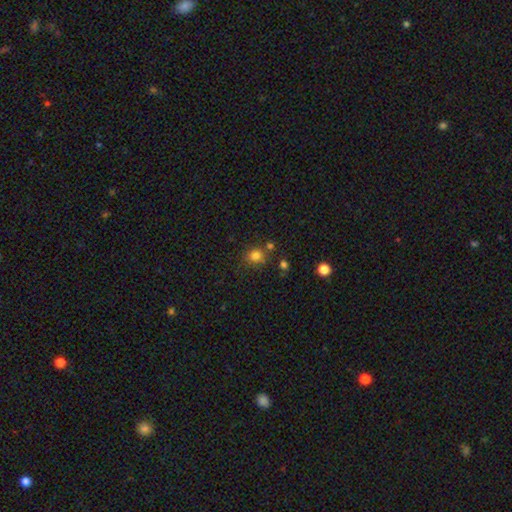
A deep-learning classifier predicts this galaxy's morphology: Smooth or featured?
  - smooth: 79% *
  - star or artifact: 14%
  - featured or disk: 6%
How rounded?
  - round: 80% *
  - in between: 19%
  - cigar-shaped: 1%
Merging?
  - none: 70% *
  - minor disturbance: 14%
  - merger: 12%
  - major disturbance: 5%